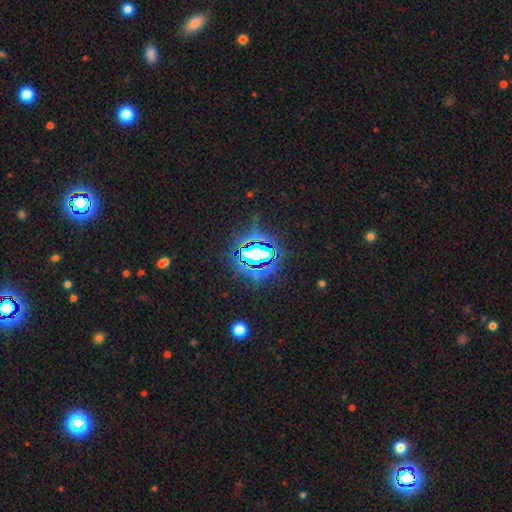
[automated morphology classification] A star or artifact, not a galaxy (78%).

Vote fractions:
- Smooth or featured? star or artifact: 78% / smooth: 11% / featured or disk: 10%